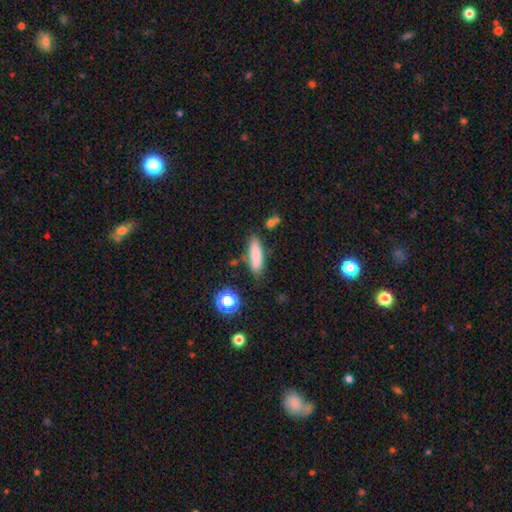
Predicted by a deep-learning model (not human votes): smooth-or-featured: smooth: 81% | featured or disk: 10% | star or artifact: 9%
  how-rounded: cigar-shaped: 55% | in between: 42% | round: 2%
  merging: none: 76% | minor disturbance: 15% | merger: 6% | major disturbance: 4%